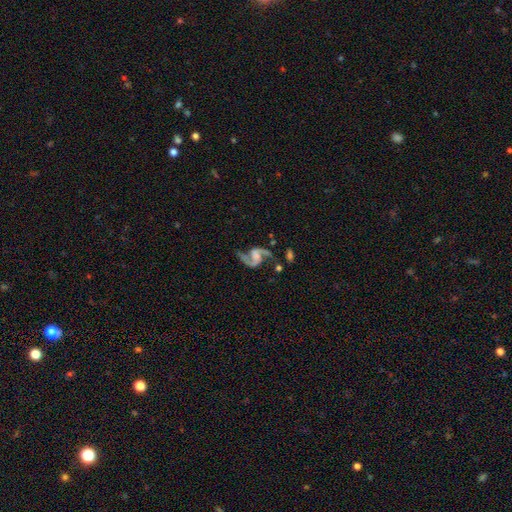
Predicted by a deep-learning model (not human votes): Overall: featured or disk (91%). Edge-on disk: no (98%). Bar: weak (41%; no 40%). Spiral arms: yes (97%). Spiral arm count: 2 (93%). Spiral winding: loose (54%; medium 39%). Bulge size: none (50%; small 21%). Merging: none (63%).